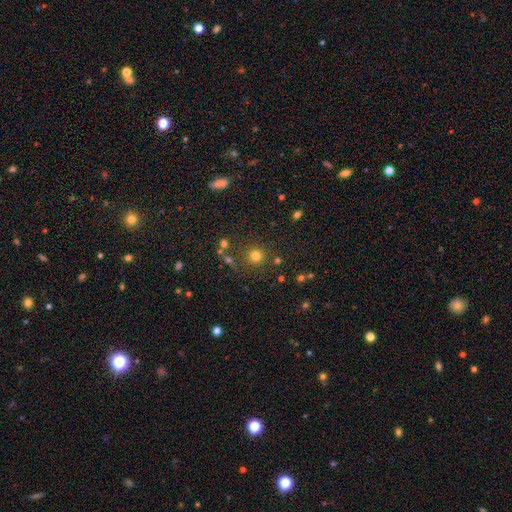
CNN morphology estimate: Q: Smooth or featured?
A: smooth (75%); runner-up: star or artifact (18%)
Q: How rounded?
A: round (93%); runner-up: in between (6%)
Q: Merging?
A: none (83%); runner-up: minor disturbance (8%)